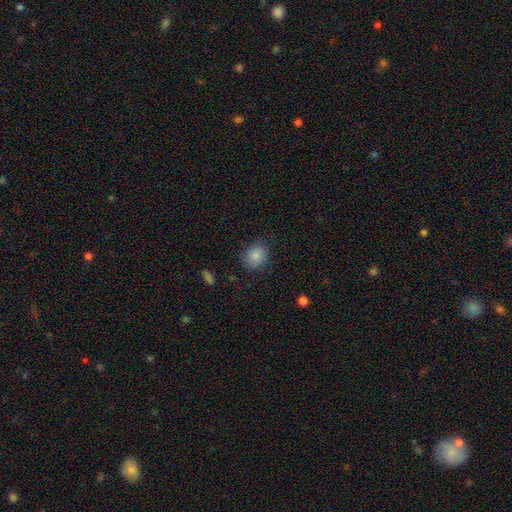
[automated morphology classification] Overall: smooth (85%). How rounded: round (57%; in between 42%). Merging: none (79%).